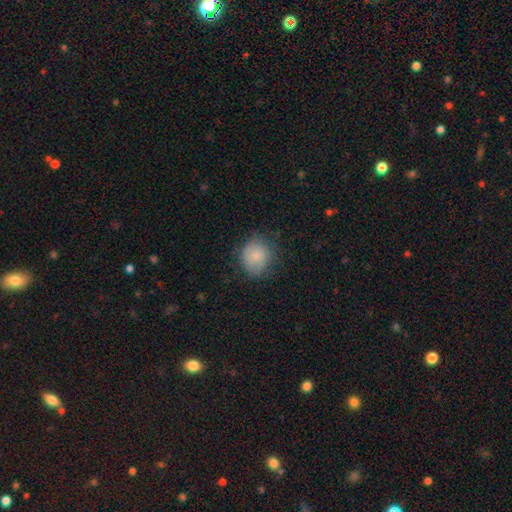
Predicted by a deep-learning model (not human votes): Smooth or featured: smooth — 80% (featured or disk — 12%)
How rounded: round — 77% (in between — 23%)
Merging: none — 68% (minor disturbance — 23%)